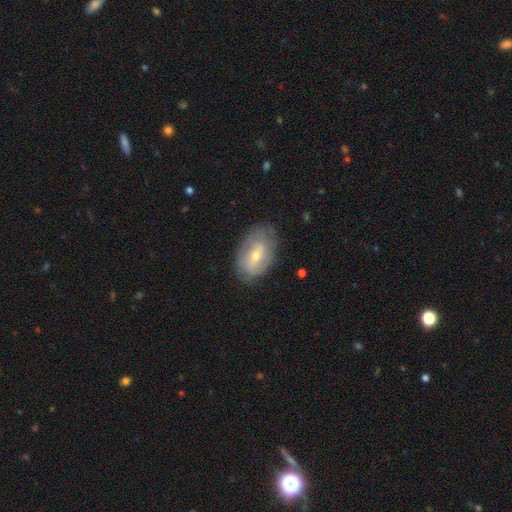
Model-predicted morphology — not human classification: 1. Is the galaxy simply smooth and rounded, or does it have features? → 54% featured or disk, 39% smooth, 7% star or artifact.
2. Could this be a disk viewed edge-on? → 92% no, 8% yes.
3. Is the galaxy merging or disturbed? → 73% none, 19% minor disturbance, 6% major disturbance, 1% merger.